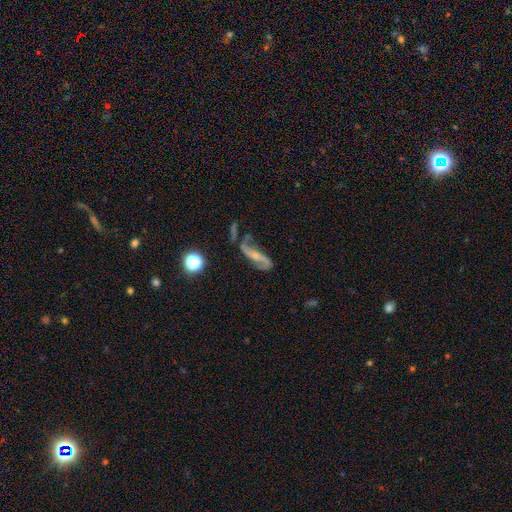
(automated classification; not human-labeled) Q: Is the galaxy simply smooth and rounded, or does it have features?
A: featured or disk — 82%.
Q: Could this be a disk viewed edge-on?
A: no — 89%.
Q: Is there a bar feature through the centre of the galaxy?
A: no — 39%.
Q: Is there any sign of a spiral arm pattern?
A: yes — 92%.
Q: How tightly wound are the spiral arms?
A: loose — 77%.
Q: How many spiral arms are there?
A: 2 — 91%.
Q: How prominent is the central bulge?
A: small — 58%.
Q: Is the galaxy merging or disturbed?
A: none — 56%.